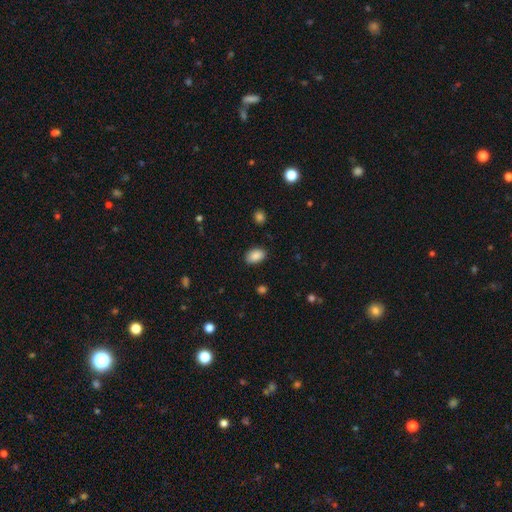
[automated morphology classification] smooth 88%, star or artifact 8%, featured or disk 4%. Down the decision tree: how rounded — in between (89%); merging — none (87%).